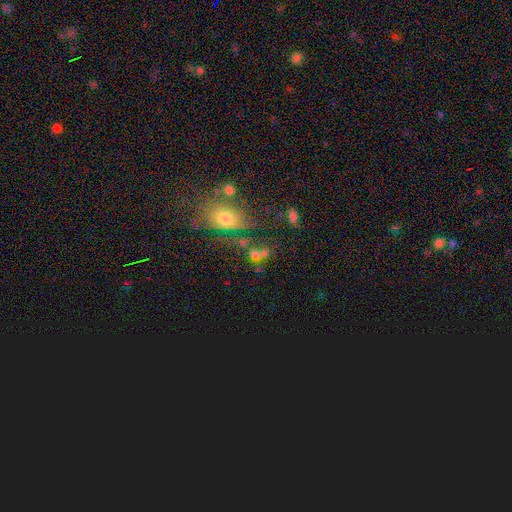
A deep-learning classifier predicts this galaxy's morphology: This is possibly a smooth galaxy (52%). How rounded: possibly round (56%). Merging: marginally none (40%).